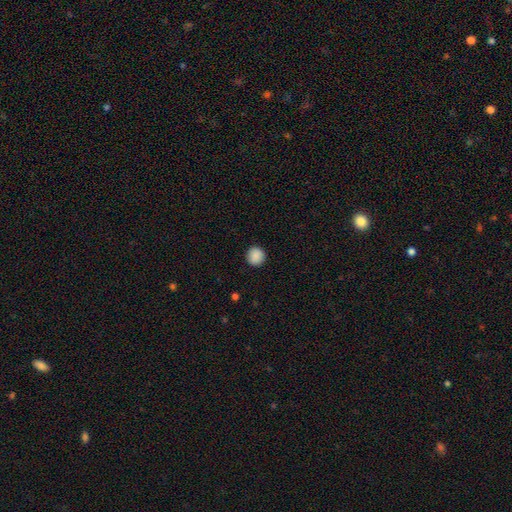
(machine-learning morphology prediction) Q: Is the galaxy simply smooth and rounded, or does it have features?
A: smooth — 89%.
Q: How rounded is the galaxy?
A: round — 94%.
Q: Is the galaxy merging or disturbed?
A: none — 92%.